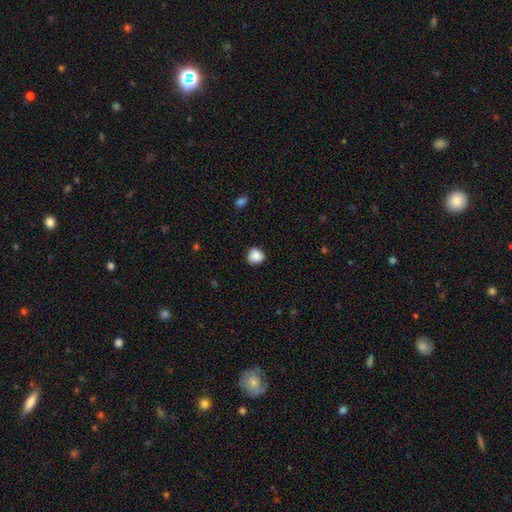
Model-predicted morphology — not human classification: smooth 86%, star or artifact 9%, featured or disk 5%. Down the decision tree: how rounded — round (79%); merging — none (76%).